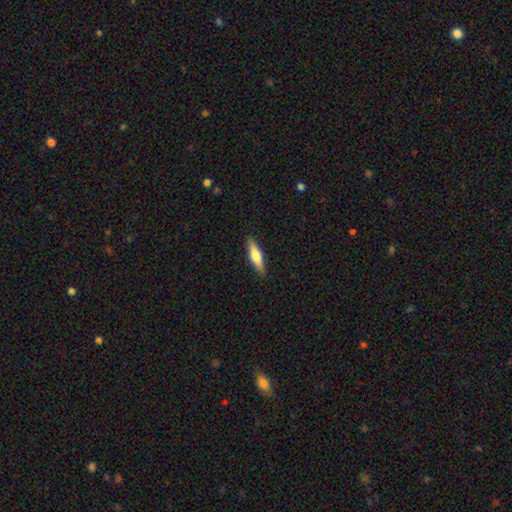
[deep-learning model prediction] Smooth or featured? smooth (58%)
How rounded? cigar-shaped (69%)
Merging? none (90%)